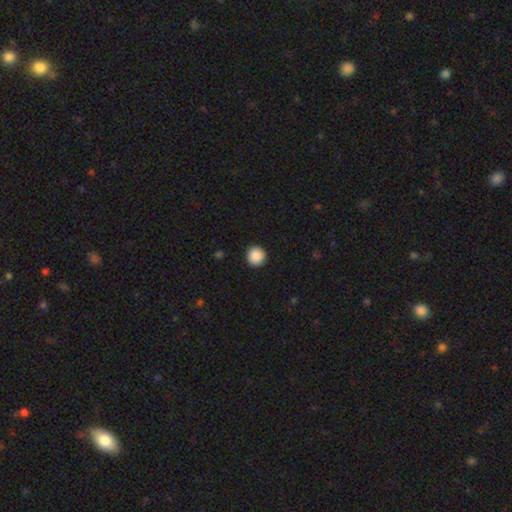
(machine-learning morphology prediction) Overall: smooth (89%). How rounded: round (95%). Merging: none (93%).